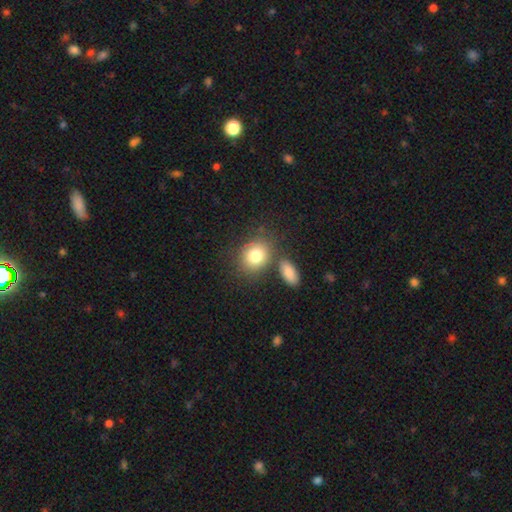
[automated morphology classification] A smooth galaxy with no disk features (79%) that is round (57%).

Vote fractions:
- Smooth or featured? smooth: 79% / featured or disk: 11% / star or artifact: 9%
- How rounded? round: 57% / in between: 42% / cigar-shaped: 1%
- Merging? none: 65% / merger: 18% / minor disturbance: 12% / major disturbance: 5%